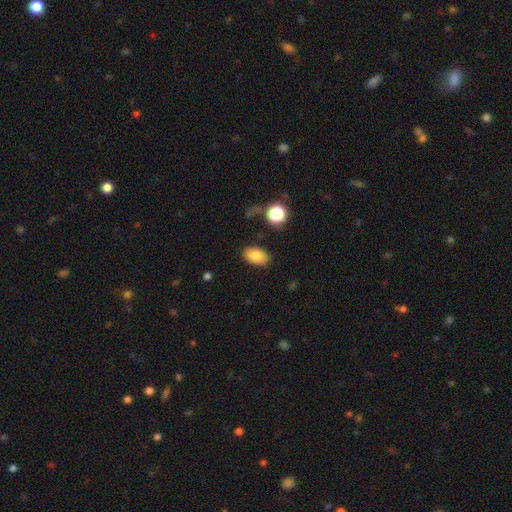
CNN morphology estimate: This appears to be a smooth galaxy with no disk features (82%) that is in between round and cigar-shaped (89%). Merging: none (83%).